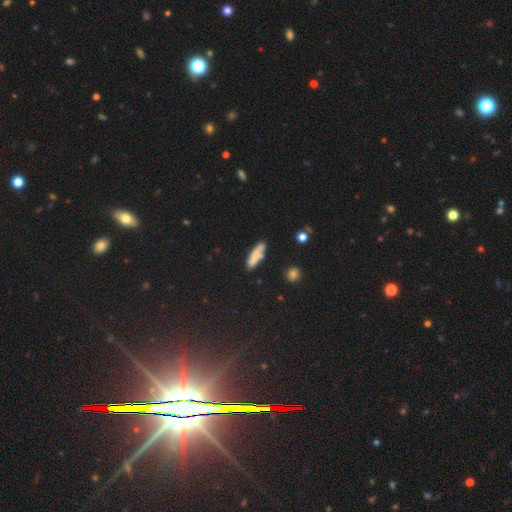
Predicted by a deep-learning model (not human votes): A smooth galaxy with no disk features (68%) that is cigar-shaped (63%). Merging: none (72%).